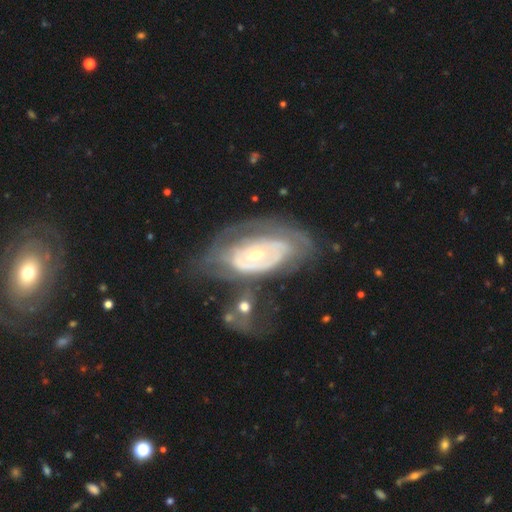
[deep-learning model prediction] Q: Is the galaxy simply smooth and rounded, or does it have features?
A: featured or disk — 79%.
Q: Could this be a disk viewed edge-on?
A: no — 94%.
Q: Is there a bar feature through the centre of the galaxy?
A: no — 78%.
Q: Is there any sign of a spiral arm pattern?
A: yes — 64%.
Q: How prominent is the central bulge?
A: small — 57%.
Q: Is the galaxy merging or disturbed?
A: none — 43%.